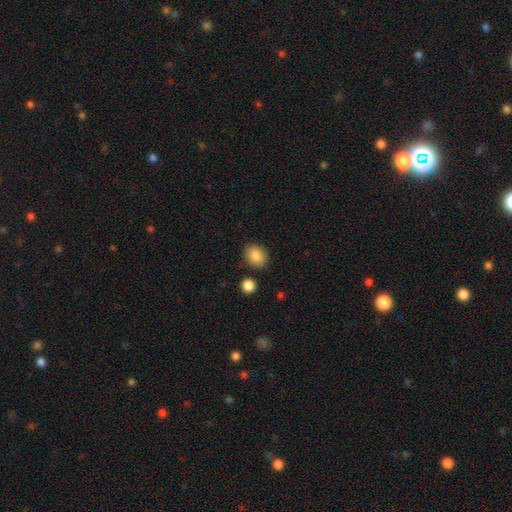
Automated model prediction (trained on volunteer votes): Morphology: type=smooth (87%); roundness=round (54%); merging=none (85%).